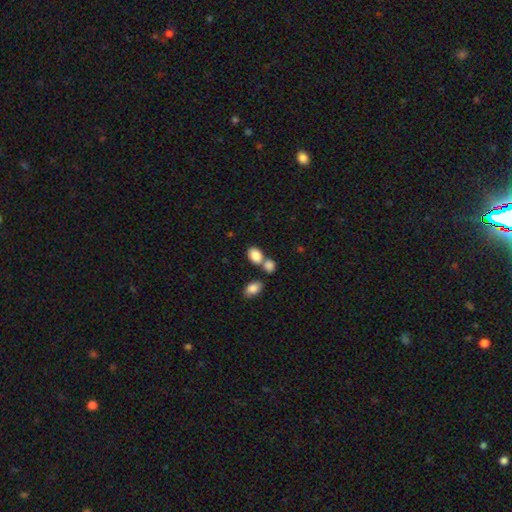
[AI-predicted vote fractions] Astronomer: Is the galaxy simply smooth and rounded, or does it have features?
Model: smooth — 86%.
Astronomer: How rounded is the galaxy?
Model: in between — 77%.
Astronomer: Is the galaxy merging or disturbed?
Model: none — 45% (runner-up: merger, 41%).